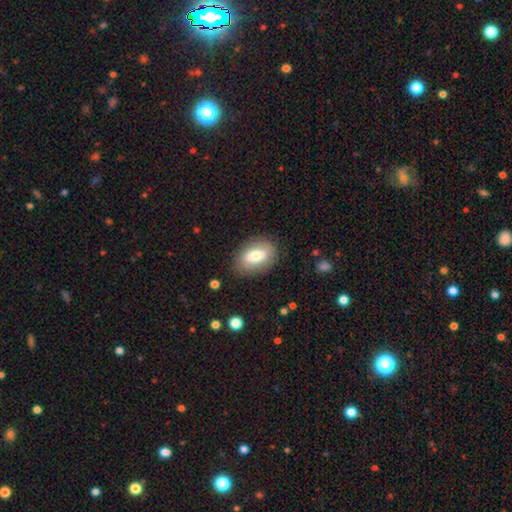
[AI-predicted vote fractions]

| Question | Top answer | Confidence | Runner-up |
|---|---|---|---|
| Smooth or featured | smooth | 67% | featured or disk (25%) |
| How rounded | in between | 87% | round (10%) |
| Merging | none | 81% | minor disturbance (13%) |